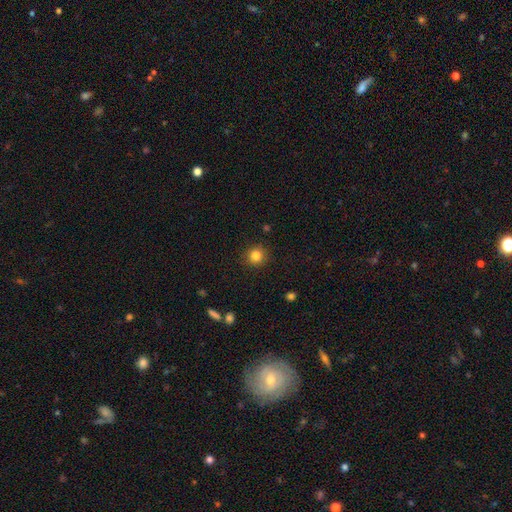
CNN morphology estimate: smooth_or_featured: smooth (p=0.83) [alt: star or artifact p=0.11]
how_rounded: round (p=0.93) [alt: in between p=0.06]
merging: none (p=0.90) [alt: minor disturbance p=0.06]